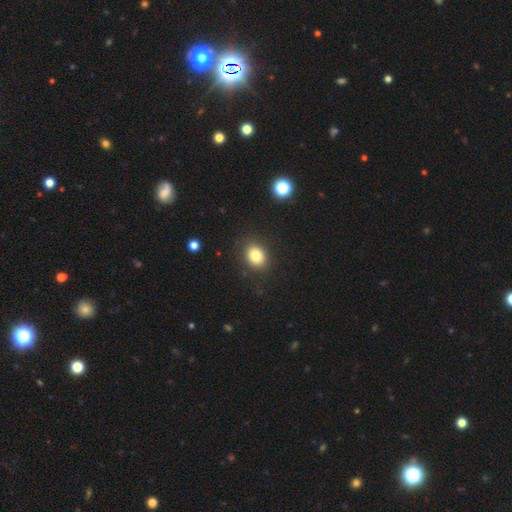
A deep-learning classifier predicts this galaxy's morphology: A smooth galaxy with no disk features (81%) that is in between round and cigar-shaped (50%).

Vote fractions:
- Smooth or featured? smooth: 81% / star or artifact: 11% / featured or disk: 8%
- How rounded? in between: 50% / round: 49% / cigar-shaped: 1%
- Merging? none: 86% / minor disturbance: 9% / major disturbance: 3% / merger: 2%